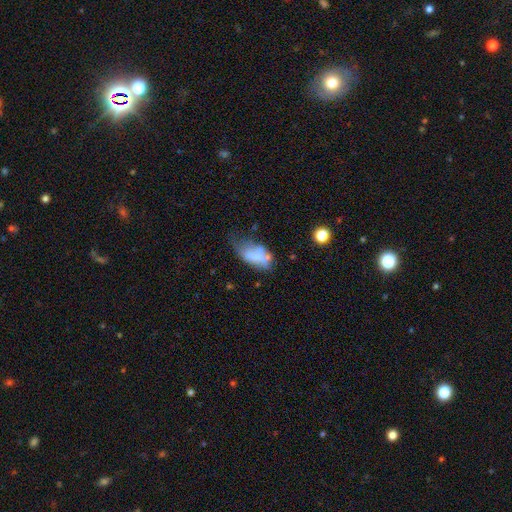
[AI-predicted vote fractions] This is possibly a smooth galaxy (55%). How rounded: clearly in between (91%). Merging: marginally major disturbance (35%).